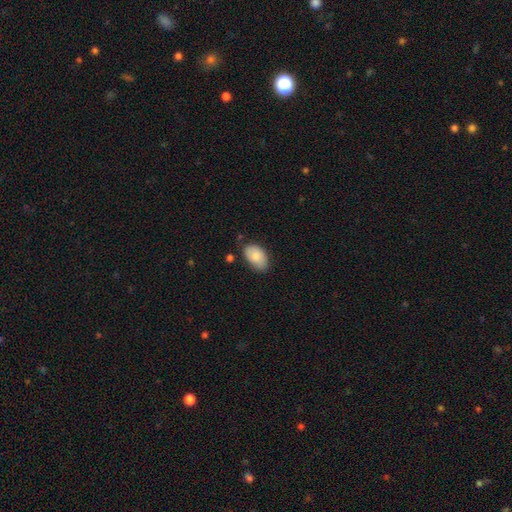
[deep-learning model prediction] Smooth or featured? smooth (83%)
How rounded? in between (92%)
Merging? none (68%)